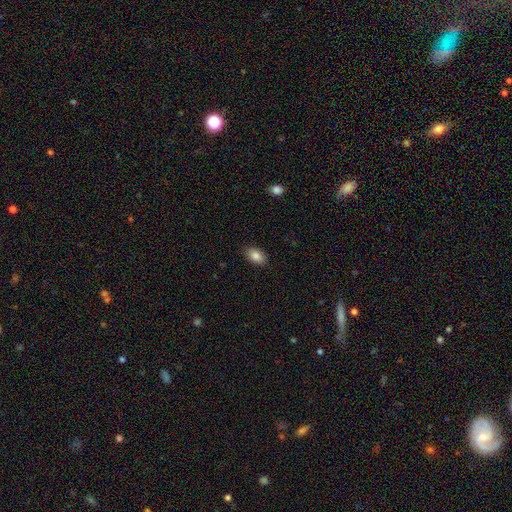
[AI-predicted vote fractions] smooth_or_featured: smooth (p=0.86) [alt: star or artifact p=0.08]
how_rounded: in between (p=0.91) [alt: round p=0.08]
merging: none (p=0.87) [alt: minor disturbance p=0.10]